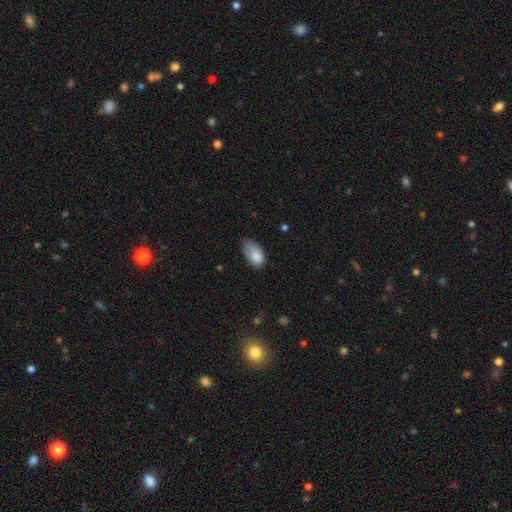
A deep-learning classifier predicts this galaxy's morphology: Smooth or featured?
  - smooth: 82% *
  - featured or disk: 11%
  - star or artifact: 7%
How rounded?
  - in between: 93% *
  - round: 5%
  - cigar-shaped: 2%
Merging?
  - none: 42% * (tied)
  - minor disturbance: 42% * (tied)
  - major disturbance: 14%
  - merger: 2%